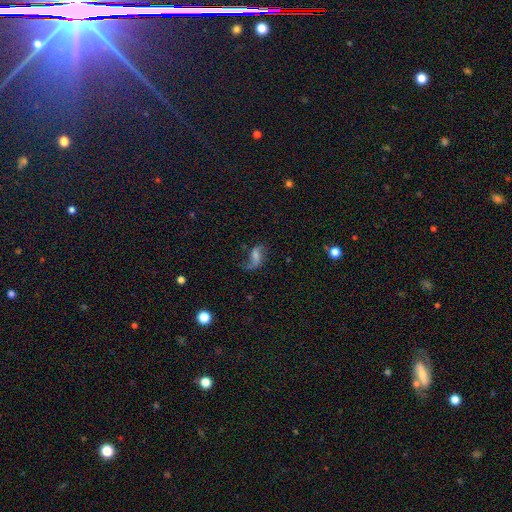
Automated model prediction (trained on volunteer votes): smooth-or-featured: featured or disk: 65% | smooth: 22% | star or artifact: 13%
  disk-edge-on: no: 95% | yes: 5%
    bar: weak: 41% | no: 40% | strong: 19%
    has-spiral-arms: yes: 90% | no: 10%
      spiral-winding: loose: 79% | medium: 16% | tight: 5%
      spiral-arm-count: 2: 73% | 1: 20% | can't tell: 4% | 3: 1% | 4: 1% | more than 4: 1%
    bulge-size: small: 38% | none: 29% | moderate: 24% | large: 7% | dominant: 2%
  merging: none: 54% | major disturbance: 22% | minor disturbance: 21% | merger: 3%